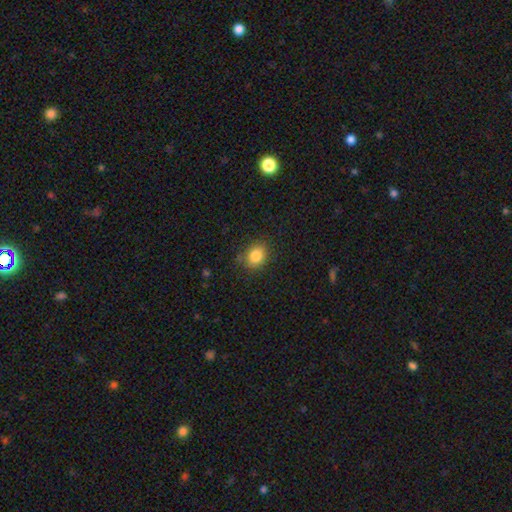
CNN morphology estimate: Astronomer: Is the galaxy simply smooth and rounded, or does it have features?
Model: smooth — 84%.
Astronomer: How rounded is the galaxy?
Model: round — 53% (runner-up: in between, 46%).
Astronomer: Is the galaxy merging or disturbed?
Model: none — 81%.